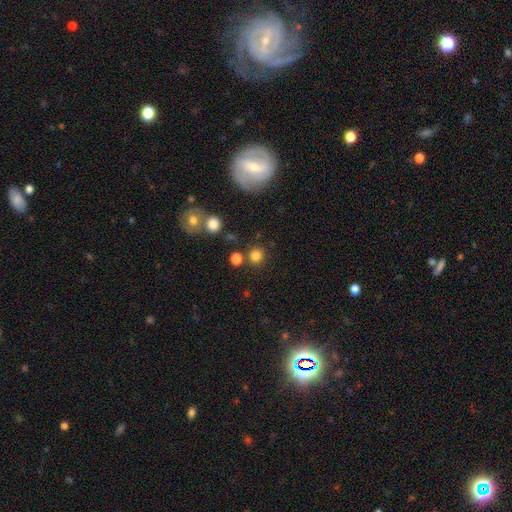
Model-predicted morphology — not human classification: The model was most divided on "smooth or featured": smooth: 80%, star or artifact: 15%, featured or disk: 6%. More confident: how rounded — round (90%); merging — none (82%).